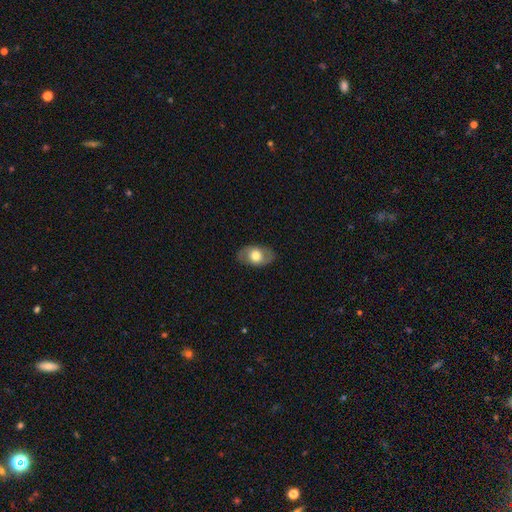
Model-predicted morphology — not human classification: Smooth or featured: smooth — 54% (featured or disk — 39%)
How rounded: in between — 82% (round — 16%)
Merging: none — 83% (minor disturbance — 12%)